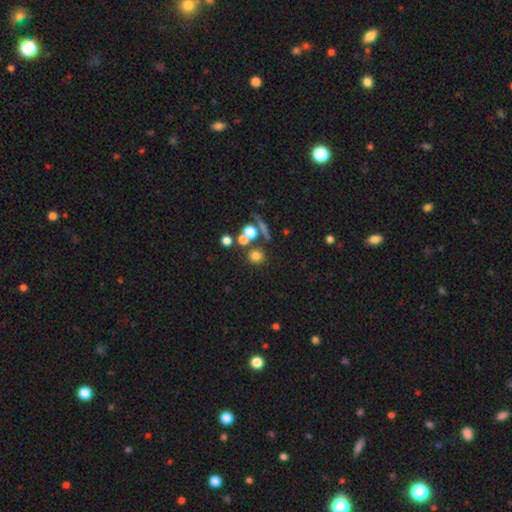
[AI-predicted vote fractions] smooth 72%, star or artifact 18%, featured or disk 10%. Down the decision tree: how rounded — round (87%); merging — none (69%).